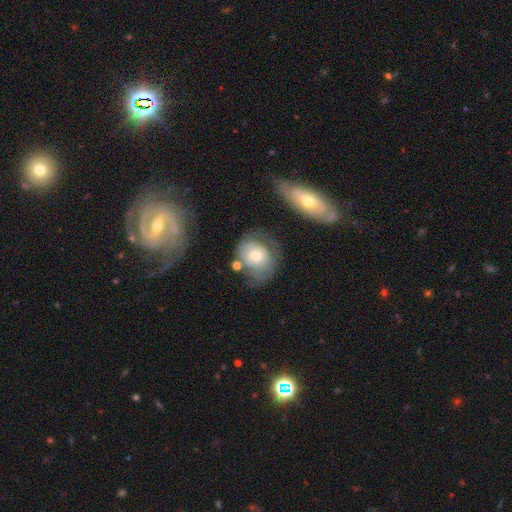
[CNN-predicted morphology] smooth_or_featured: smooth (p=0.50) [alt: featured or disk p=0.42]
how_rounded: round (p=0.64) [alt: in between p=0.34]
merging: none (p=0.45) [alt: minor disturbance p=0.25]